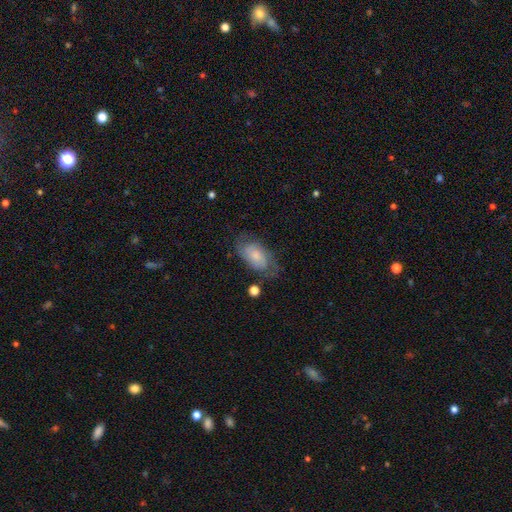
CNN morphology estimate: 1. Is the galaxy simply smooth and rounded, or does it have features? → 47% smooth, 46% featured or disk, 8% star or artifact.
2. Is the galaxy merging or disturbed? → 60% none, 25% minor disturbance, 13% major disturbance, 2% merger.